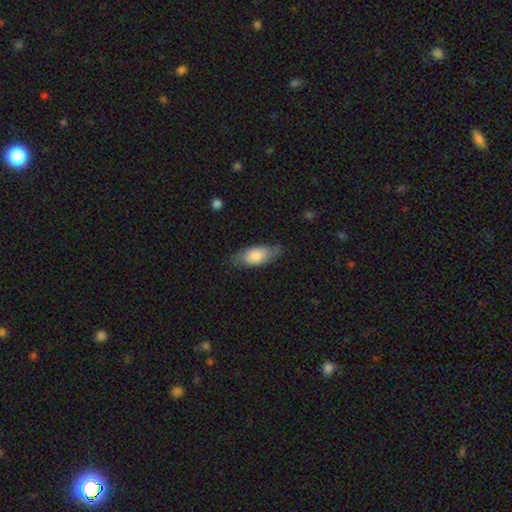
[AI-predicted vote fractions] Smooth or featured: smooth — 79% (featured or disk — 15%)
How rounded: in between — 88% (cigar-shaped — 10%)
Merging: none — 72% (minor disturbance — 22%)